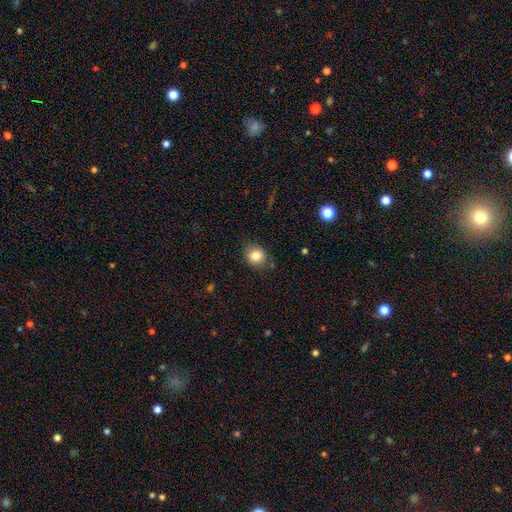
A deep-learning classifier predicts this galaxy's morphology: Overall: smooth (83%). How rounded: round (68%; in between 31%). Merging: none (80%).